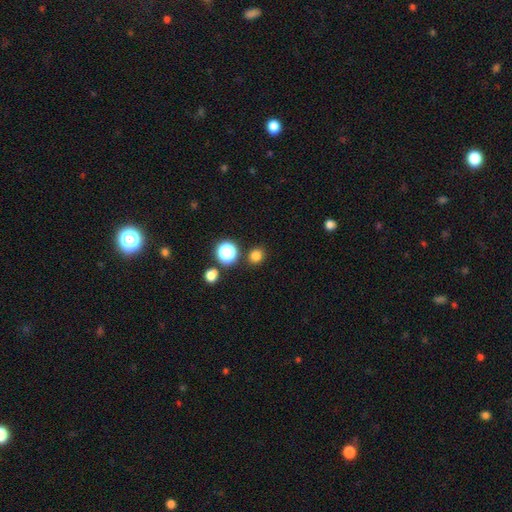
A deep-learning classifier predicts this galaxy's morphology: A smooth galaxy with no disk features (79%) that is round (82%).

Vote fractions:
- Smooth or featured? smooth: 79% / star or artifact: 17% / featured or disk: 4%
- How rounded? round: 82% / in between: 17% / cigar-shaped: 1%
- Merging? none: 86% / minor disturbance: 7% / merger: 4% / major disturbance: 3%